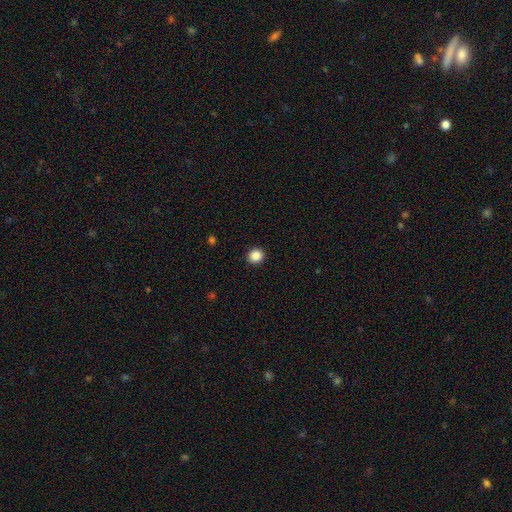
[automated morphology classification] This appears to be a smooth galaxy with no disk features (87%) that is round (92%). Merging: none (93%).